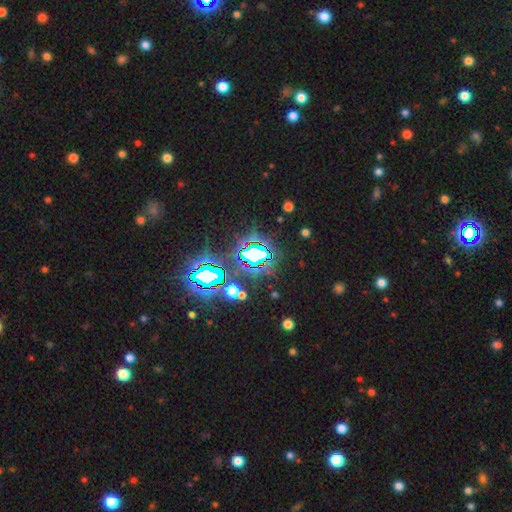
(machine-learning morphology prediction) Smooth or featured? Predicted: star or artifact (p=0.74).